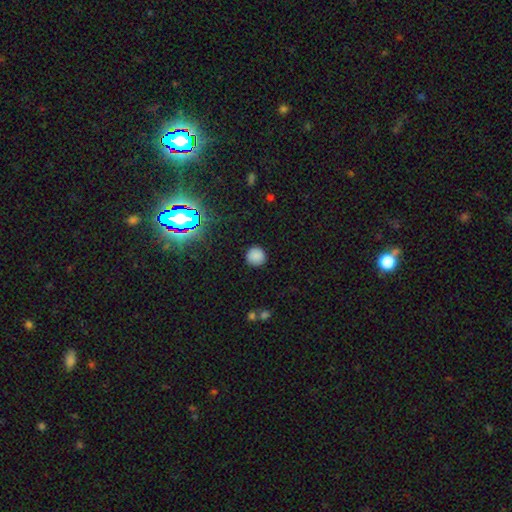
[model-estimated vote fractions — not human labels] Smooth or featured? Predicted: smooth (p=0.82). How rounded? Predicted: round (p=0.94). Merging? Predicted: none (p=0.90).